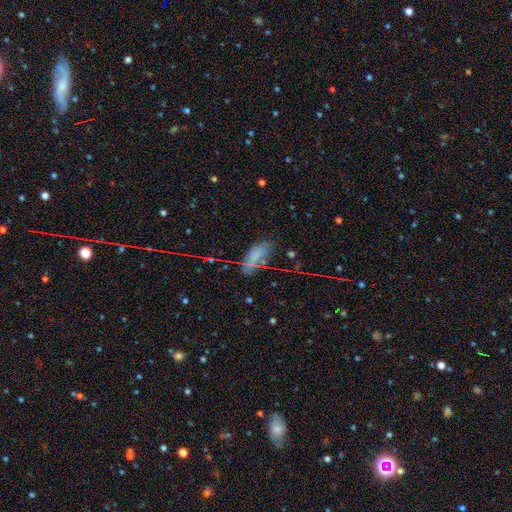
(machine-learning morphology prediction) This appears to be a smooth galaxy with no disk features (72%) that is in between round and cigar-shaped (82%). Merging: none (65%).